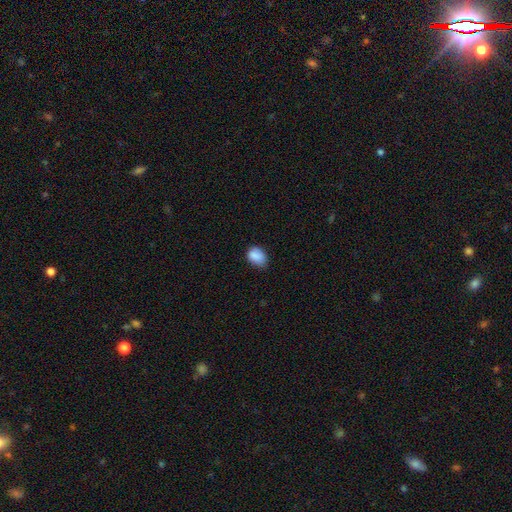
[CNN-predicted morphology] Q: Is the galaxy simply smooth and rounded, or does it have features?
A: smooth — 86%.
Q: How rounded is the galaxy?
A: in between — 71%.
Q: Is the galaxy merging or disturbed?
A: none — 64%.